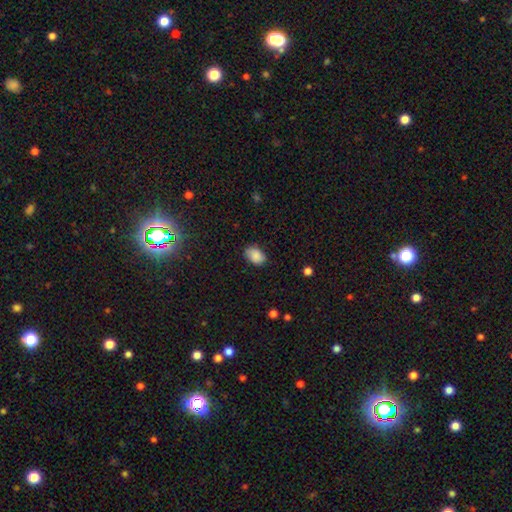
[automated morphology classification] smooth 84%, star or artifact 8%, featured or disk 8%. Down the decision tree: how rounded — in between (82%); merging — none (75%).